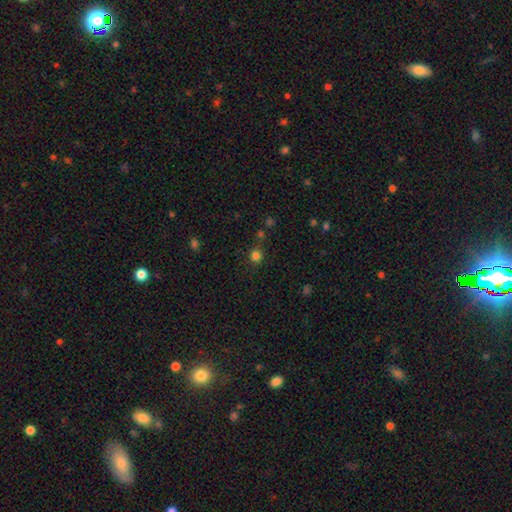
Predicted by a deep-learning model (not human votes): Smooth or featured? smooth (79%)
How rounded? round (92%)
Merging? none (82%)